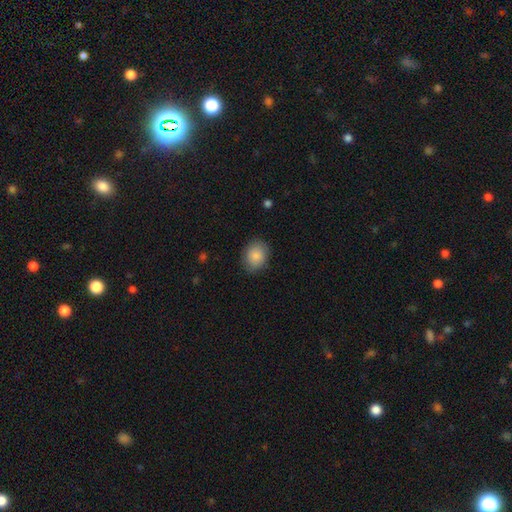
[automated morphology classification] This is clearly a smooth galaxy (86%). How rounded: possibly round (50%). Merging: clearly none (84%).